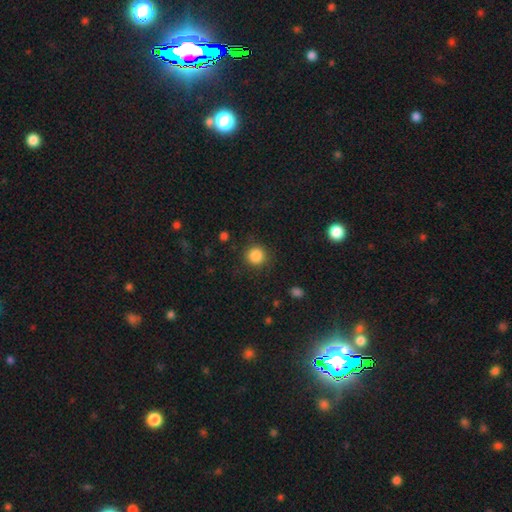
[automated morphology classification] Q: Smooth or featured?
A: smooth (86%); runner-up: star or artifact (11%)
Q: How rounded?
A: round (93%); runner-up: in between (6%)
Q: Merging?
A: none (88%); runner-up: minor disturbance (8%)